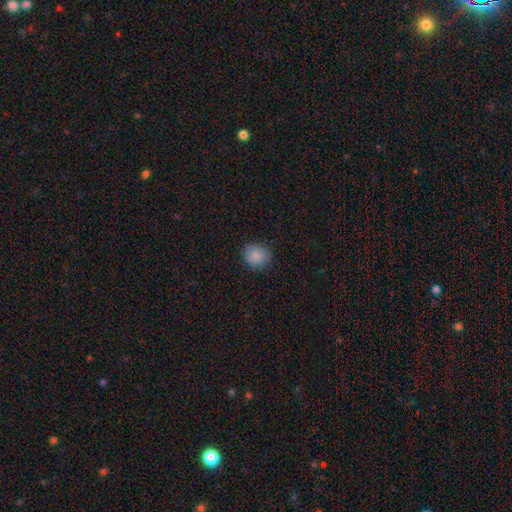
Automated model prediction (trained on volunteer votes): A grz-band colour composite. It shows a smooth galaxy with no disk features (87%) that is round (80%). Merging: none (85%).